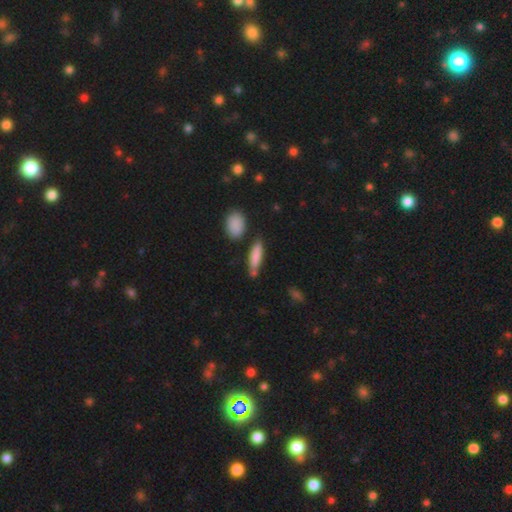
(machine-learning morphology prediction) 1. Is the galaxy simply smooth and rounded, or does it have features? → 82% smooth, 11% featured or disk, 7% star or artifact.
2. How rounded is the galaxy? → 64% cigar-shaped, 34% in between, 2% round.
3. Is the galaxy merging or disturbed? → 70% none, 15% minor disturbance, 11% merger, 4% major disturbance.